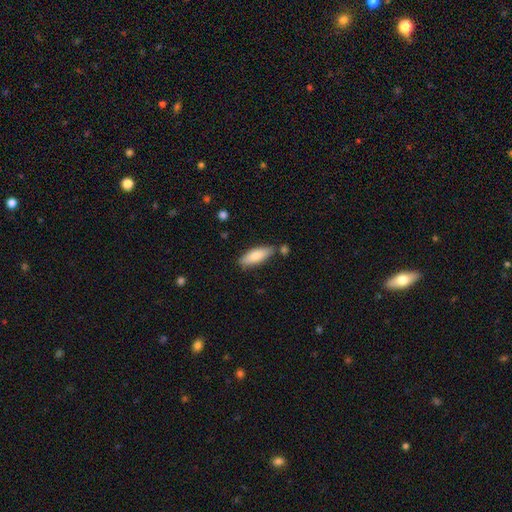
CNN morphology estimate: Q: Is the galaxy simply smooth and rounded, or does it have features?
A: smooth — 81%.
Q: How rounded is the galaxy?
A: in between — 61%.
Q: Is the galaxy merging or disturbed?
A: none — 74%.